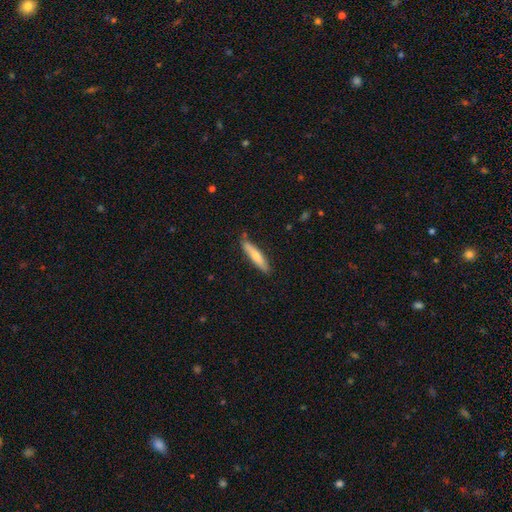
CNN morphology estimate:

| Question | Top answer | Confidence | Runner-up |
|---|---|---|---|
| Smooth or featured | smooth | 68% | featured or disk (26%) |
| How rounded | cigar-shaped | 87% | in between (12%) |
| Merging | none | 84% | minor disturbance (12%) |